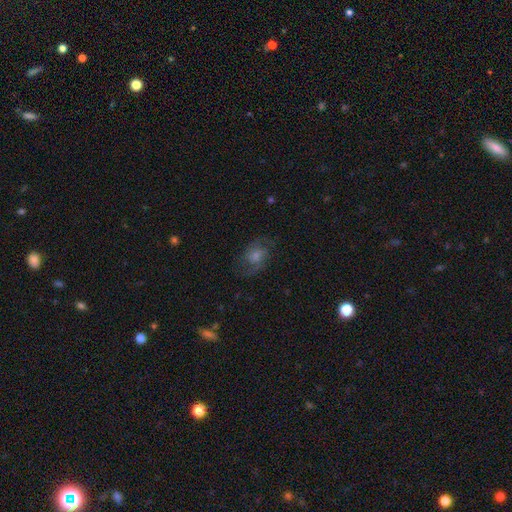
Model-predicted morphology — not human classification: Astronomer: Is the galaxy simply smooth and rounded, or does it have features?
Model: featured or disk — 64%.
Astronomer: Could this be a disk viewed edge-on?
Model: no — 96%.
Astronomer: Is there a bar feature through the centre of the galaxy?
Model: no — 62%.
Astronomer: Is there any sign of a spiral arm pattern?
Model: yes — 91%.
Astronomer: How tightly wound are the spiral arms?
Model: medium — 52%.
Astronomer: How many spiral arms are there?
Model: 2 — 79%.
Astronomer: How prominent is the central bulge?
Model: moderate — 43% (runner-up: small, 34%).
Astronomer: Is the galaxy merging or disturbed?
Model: none — 74%.